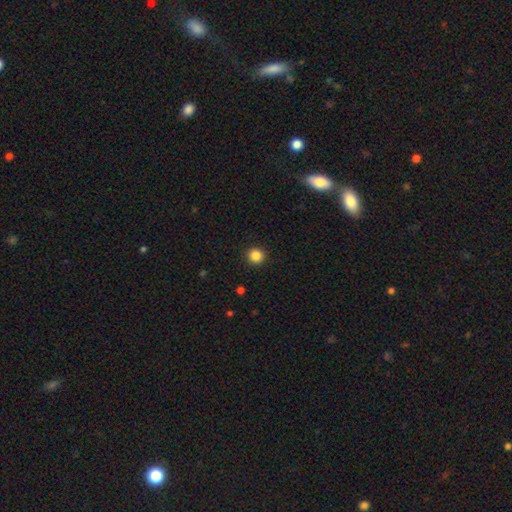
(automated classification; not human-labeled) Smooth or featured?
  - smooth: 86% *
  - star or artifact: 11%
  - featured or disk: 3%
How rounded?
  - round: 93% *
  - in between: 6%
  - cigar-shaped: 1%
Merging?
  - none: 92% *
  - minor disturbance: 5%
  - major disturbance: 2%
  - merger: 1%